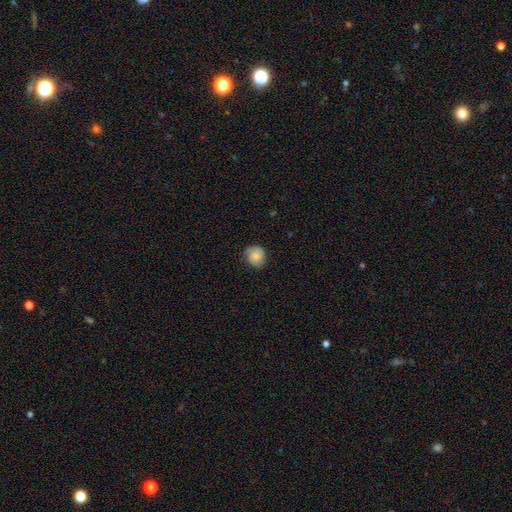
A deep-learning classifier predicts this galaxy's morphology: A smooth galaxy with no disk features (54%) that is round (79%).

Vote fractions:
- Smooth or featured? smooth: 54% / featured or disk: 38% / star or artifact: 8%
- How rounded? round: 79% / in between: 20% / cigar-shaped: 1%
- Merging? none: 72% / minor disturbance: 21% / major disturbance: 6% / merger: 1%